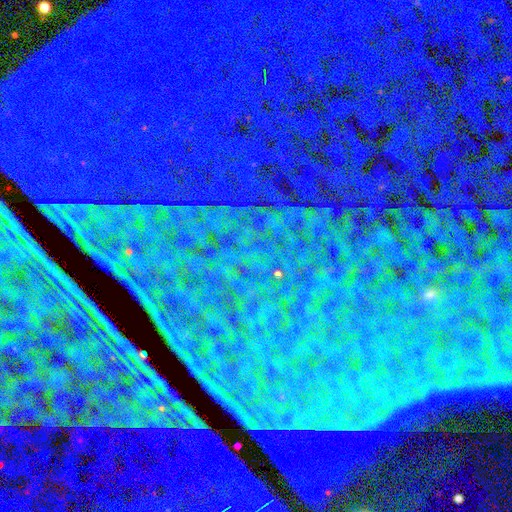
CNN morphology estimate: Overall: star or artifact (87%).